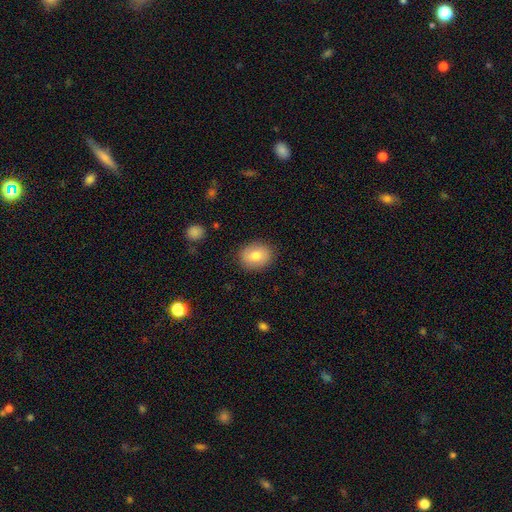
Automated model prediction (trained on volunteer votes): The model was most divided on "how rounded": in between: 51%, round: 48%, cigar-shaped: 1%. More confident: merging — none (86%); smooth or featured — smooth (79%).